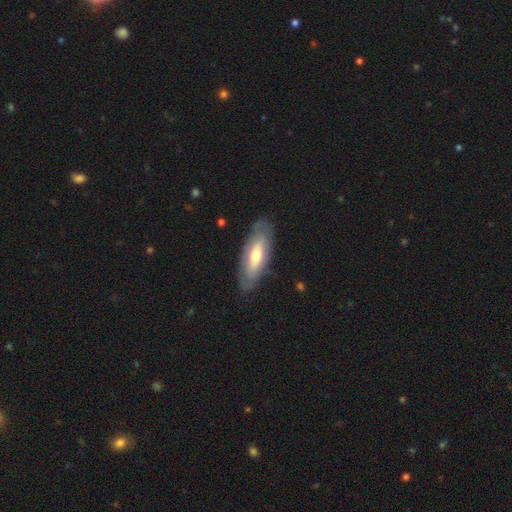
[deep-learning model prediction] smooth_or_featured: smooth (p=0.48) [alt: featured or disk p=0.46]
merging: none (p=0.82) [alt: minor disturbance p=0.13]